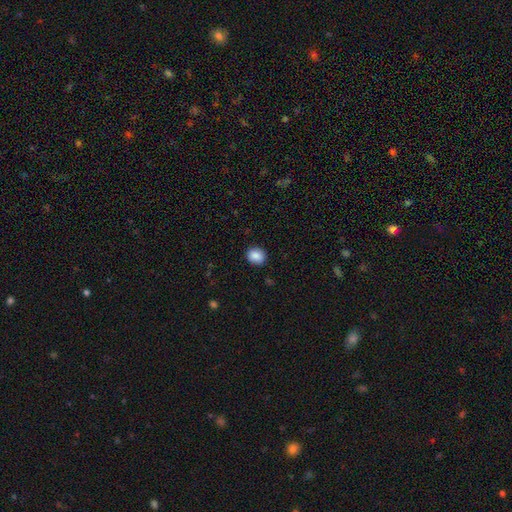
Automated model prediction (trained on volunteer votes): smooth_or_featured: smooth (p=0.87) [alt: star or artifact p=0.09]
how_rounded: round (p=0.74) [alt: in between p=0.25]
merging: none (p=0.90) [alt: minor disturbance p=0.07]